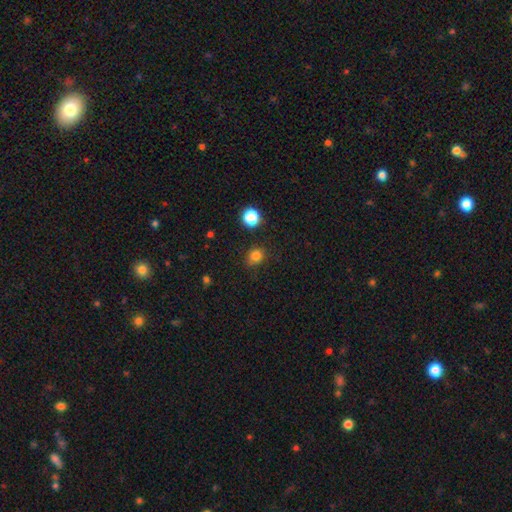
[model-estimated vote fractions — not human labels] This is likely a smooth galaxy (80%). How rounded: likely round (61%). Merging: likely none (75%).